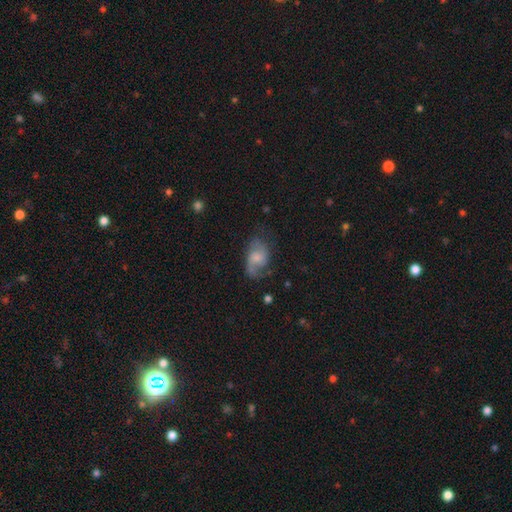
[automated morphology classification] featured or disk 57%, smooth 33%, star or artifact 10%. Down the decision tree: edge-on disk — no (95%); bar — no (64%); spiral arms — yes (87%); bulge size — moderate (39%); merging — none (59%).